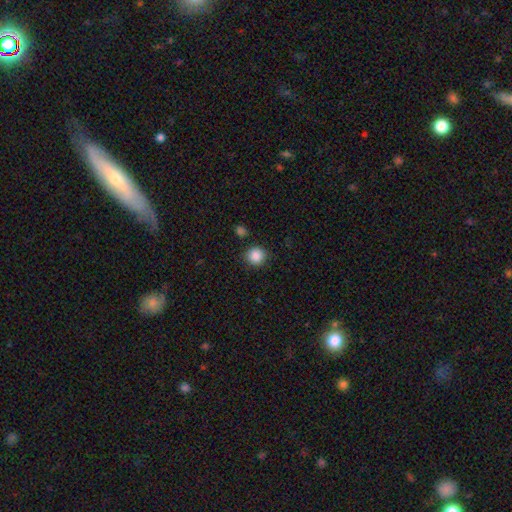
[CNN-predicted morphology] Smooth or featured? smooth (87%)
How rounded? round (92%)
Merging? none (87%)